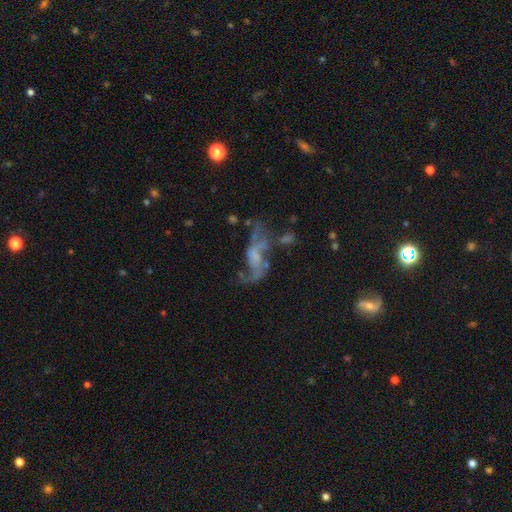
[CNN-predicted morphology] This is likely a featured or disk galaxy (67%). It is clearly not viewed edge-on (93%). Bar: possibly no (57%). Spiral arm pattern: likely yes (68%). Central bulge: possibly none (50%). Merging: marginally major disturbance (35%, tied with none).